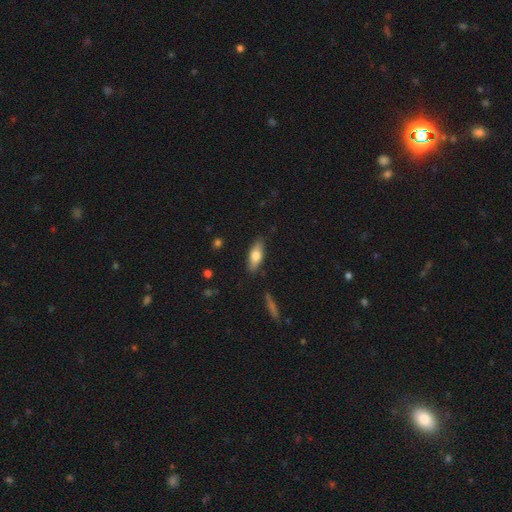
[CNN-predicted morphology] A smooth galaxy with no disk features (70%) that is in between round and cigar-shaped (67%). Merging: none (86%).